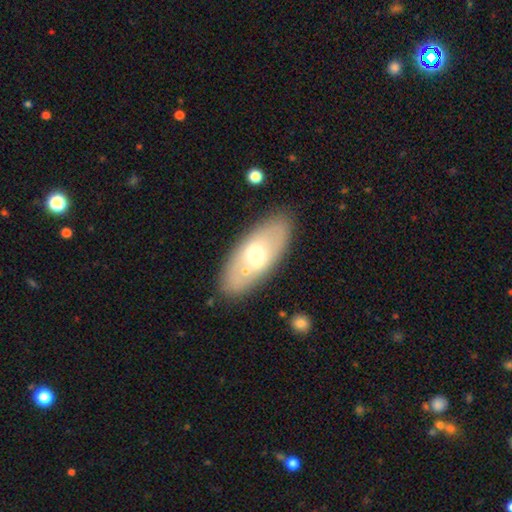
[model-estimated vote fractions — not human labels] Morphology: type=smooth (51%); roundness=in between (86%); merging=none (80%).